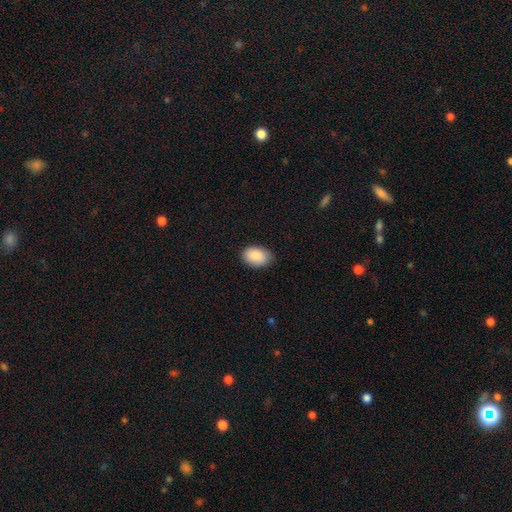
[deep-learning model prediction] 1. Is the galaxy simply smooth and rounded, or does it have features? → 88% smooth, 7% star or artifact, 5% featured or disk.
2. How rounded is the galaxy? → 86% in between, 13% round, 1% cigar-shaped.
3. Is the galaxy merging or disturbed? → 83% none, 14% minor disturbance, 2% major disturbance, 1% merger.